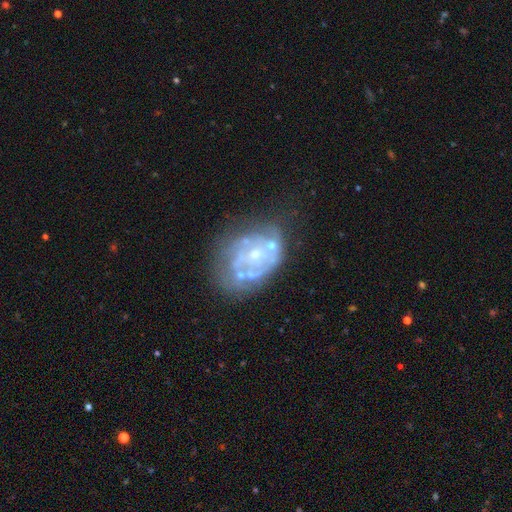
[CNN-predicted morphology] A featured or disk galaxy (75%) with no bar (87%), no spiral arms (63%) and a small central bulge (55%).

Vote fractions:
- Smooth or featured? featured or disk: 75% / smooth: 16% / star or artifact: 9%
- Edge-on disk? no: 98% / yes: 2%
- Bar? no: 87% / weak: 10% / strong: 2%
- Spiral arms? no: 63% / yes: 37%
- Bulge size? small: 55% / moderate: 30% / none: 11% / large: 2% / dominant: 1%
- Merging? none: 43% / minor disturbance: 22% / major disturbance: 21% / merger: 14%